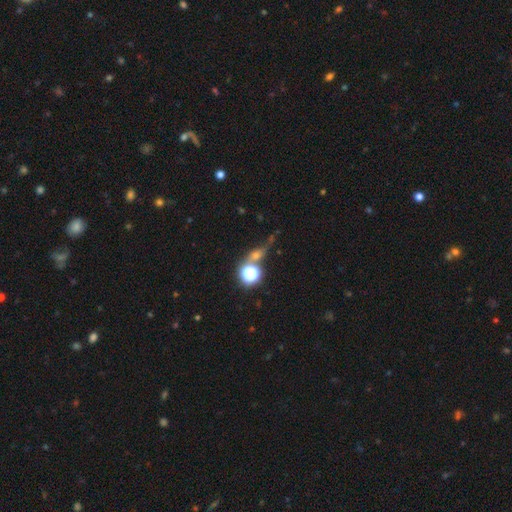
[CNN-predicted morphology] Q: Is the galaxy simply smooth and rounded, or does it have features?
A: smooth — 42%.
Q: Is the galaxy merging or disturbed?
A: none — 53%.